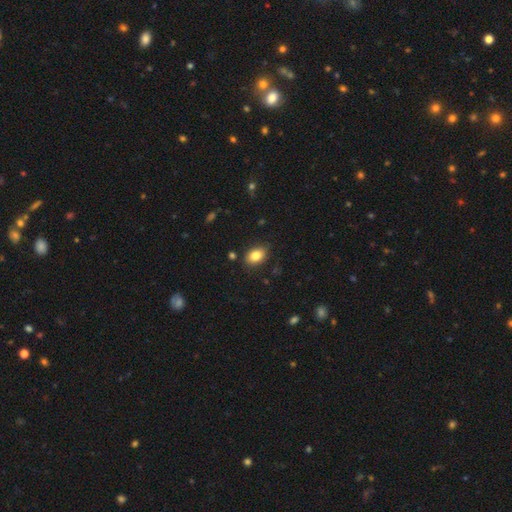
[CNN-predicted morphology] Overall: smooth (83%). How rounded: in between (80%). Merging: none (84%).